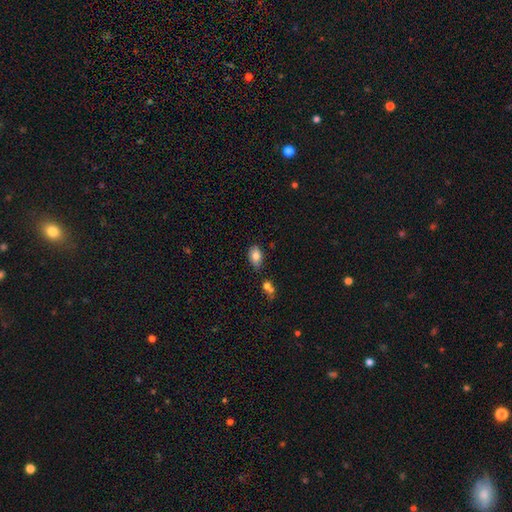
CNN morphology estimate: type=smooth (83%); roundness=in between (88%); merging=none (67%).